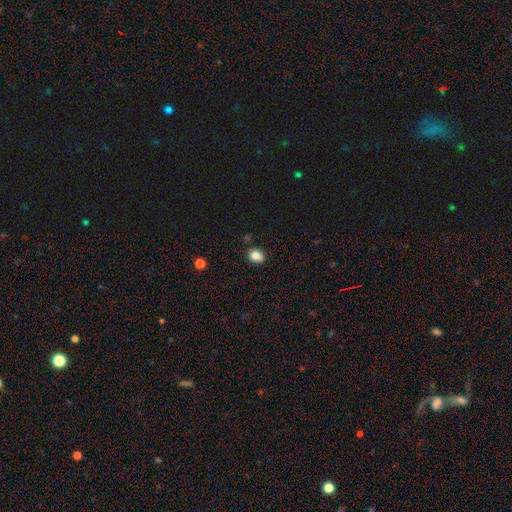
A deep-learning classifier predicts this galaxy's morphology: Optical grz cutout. It shows a smooth galaxy with no disk features (84%) that is in between round and cigar-shaped (55%). Merging: none (82%).